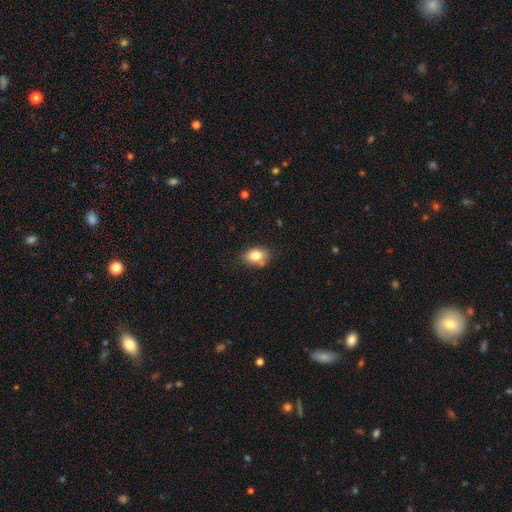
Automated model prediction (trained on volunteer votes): Smooth or featured: smooth — 82% (featured or disk — 9%)
How rounded: in between — 76% (round — 23%)
Merging: none — 76% (minor disturbance — 16%)